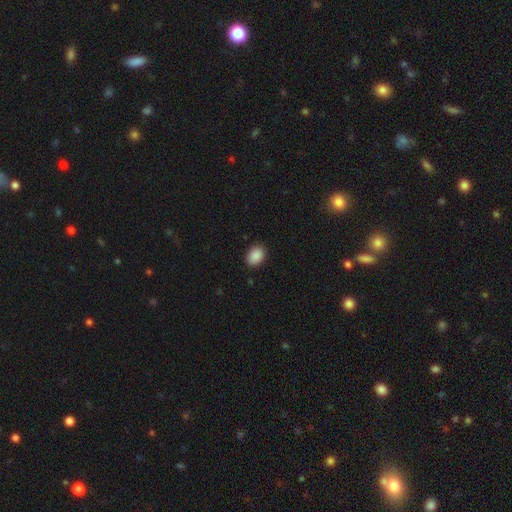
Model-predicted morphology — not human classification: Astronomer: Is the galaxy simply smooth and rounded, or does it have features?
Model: smooth — 90%.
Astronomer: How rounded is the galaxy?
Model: in between — 71%.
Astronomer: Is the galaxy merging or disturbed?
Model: none — 88%.